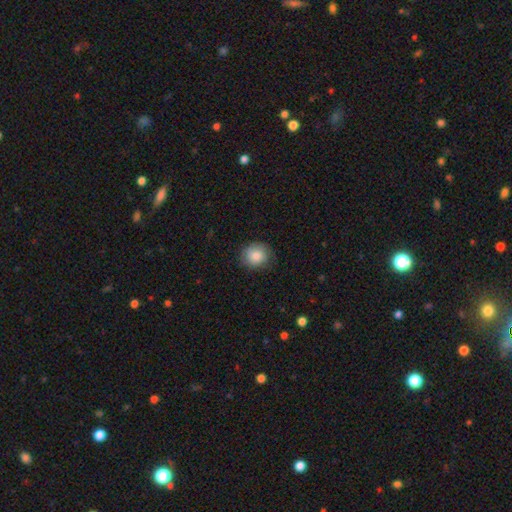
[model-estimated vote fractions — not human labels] Smooth or featured? Predicted: smooth (p=0.82). How rounded? Predicted: round (p=0.82). Merging? Predicted: none (p=0.79).